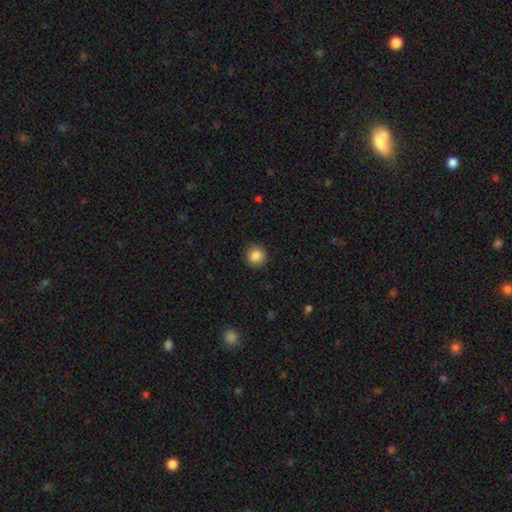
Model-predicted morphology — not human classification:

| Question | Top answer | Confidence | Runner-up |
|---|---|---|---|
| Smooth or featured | smooth | 86% | star or artifact (9%) |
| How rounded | round | 93% | in between (6%) |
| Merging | none | 91% | minor disturbance (6%) |